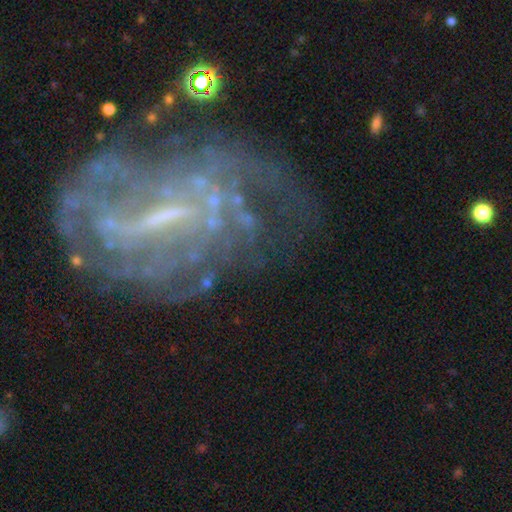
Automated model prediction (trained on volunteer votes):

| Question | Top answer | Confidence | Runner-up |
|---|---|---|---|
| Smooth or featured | featured or disk | 80% | star or artifact (11%) |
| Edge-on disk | no | 95% | yes (5%) |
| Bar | strong | 41% | weak (40%) |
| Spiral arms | yes | 69% | no (31%) |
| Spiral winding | tight | 40% | medium (35%) |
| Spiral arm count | can't tell | 55% | 2 (17%) |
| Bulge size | small | 39% | none (37%) |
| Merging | none | 52% | major disturbance (25%) |